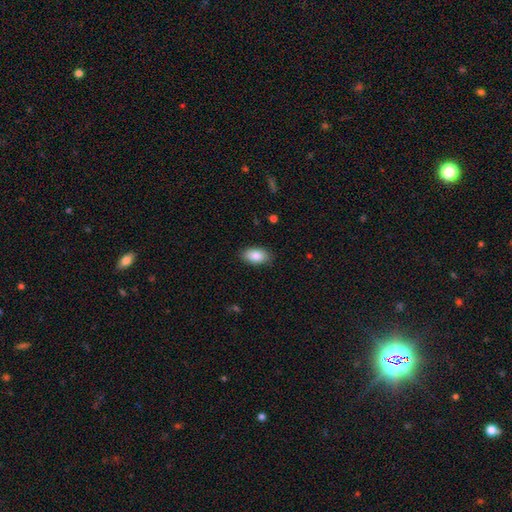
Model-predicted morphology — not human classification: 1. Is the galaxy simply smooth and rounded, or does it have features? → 88% smooth, 7% star or artifact, 5% featured or disk.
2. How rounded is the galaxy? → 92% in between, 6% round, 2% cigar-shaped.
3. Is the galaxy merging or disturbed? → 86% none, 10% minor disturbance, 2% major disturbance, 1% merger.